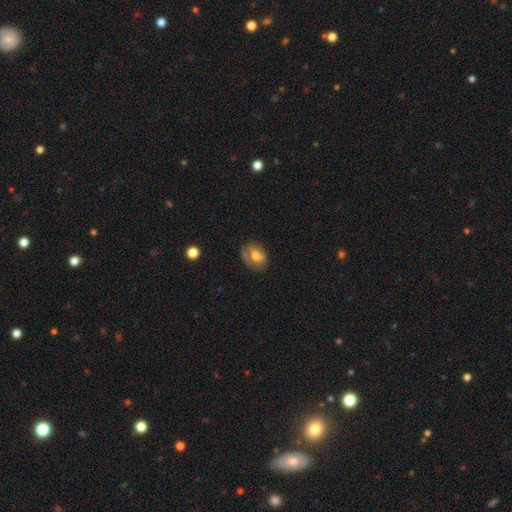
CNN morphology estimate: Q: Smooth or featured?
A: smooth (54%); runner-up: featured or disk (37%)
Q: How rounded?
A: in between (61%); runner-up: round (37%)
Q: Merging?
A: none (62%); runner-up: minor disturbance (25%)